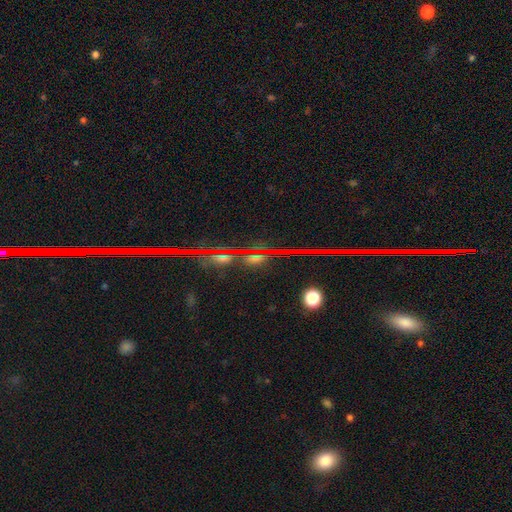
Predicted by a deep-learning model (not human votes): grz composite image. It shows a star or artifact, not a galaxy (74%).